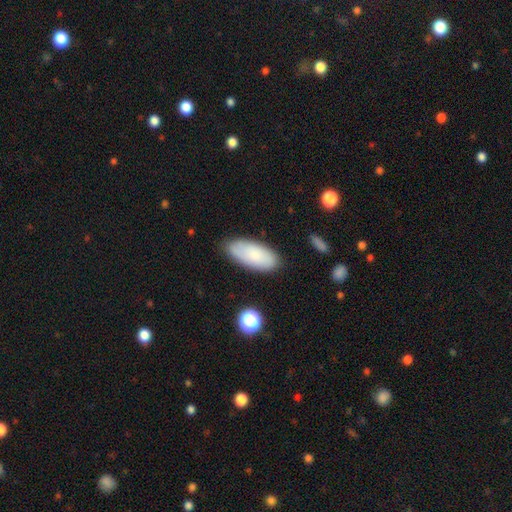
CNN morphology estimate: Smooth or featured?
  - smooth: 81% *
  - featured or disk: 13%
  - star or artifact: 7%
How rounded?
  - in between: 89% *
  - cigar-shaped: 9%
  - round: 2%
Merging?
  - none: 82% *
  - minor disturbance: 13%
  - major disturbance: 3%
  - merger: 2%